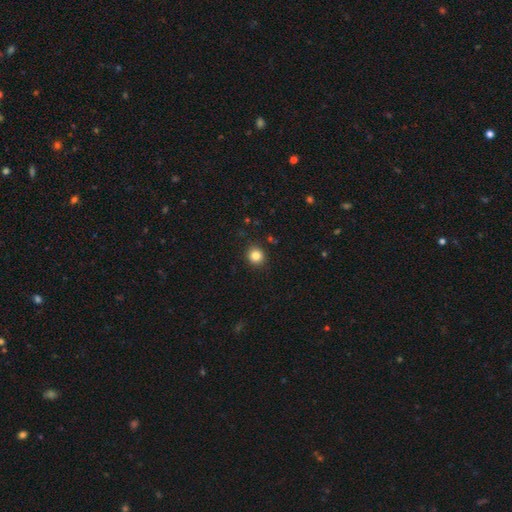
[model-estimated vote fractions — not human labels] Smooth or featured? Predicted: smooth (p=0.84). How rounded? Predicted: round (p=0.90). Merging? Predicted: none (p=0.91).